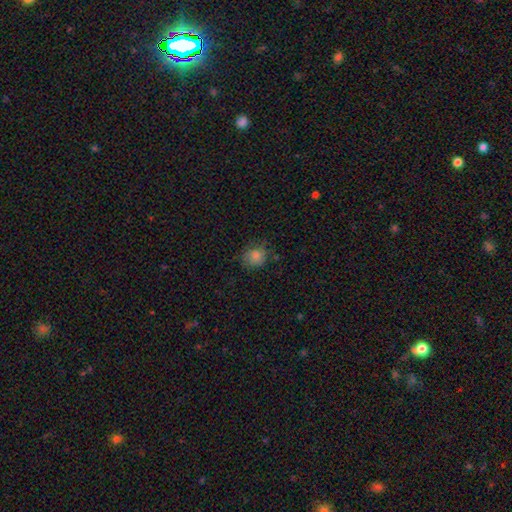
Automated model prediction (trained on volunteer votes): Smooth or featured?
  - smooth: 80% *
  - star or artifact: 12%
  - featured or disk: 8%
How rounded?
  - round: 80% *
  - in between: 19%
  - cigar-shaped: 1%
Merging?
  - none: 76% *
  - minor disturbance: 19%
  - major disturbance: 4%
  - merger: 2%